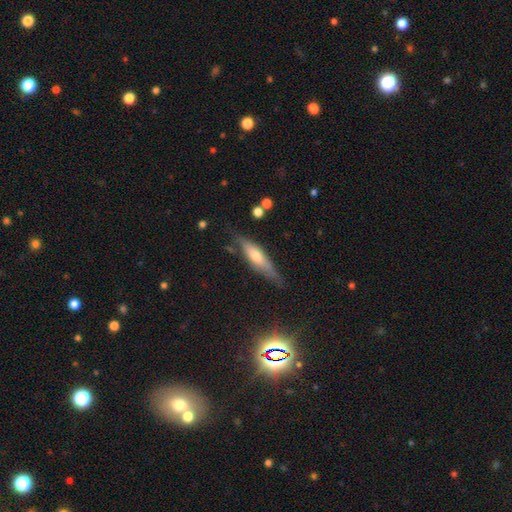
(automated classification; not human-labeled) This is possibly a featured or disk galaxy (50%). Merging: likely none (69%).